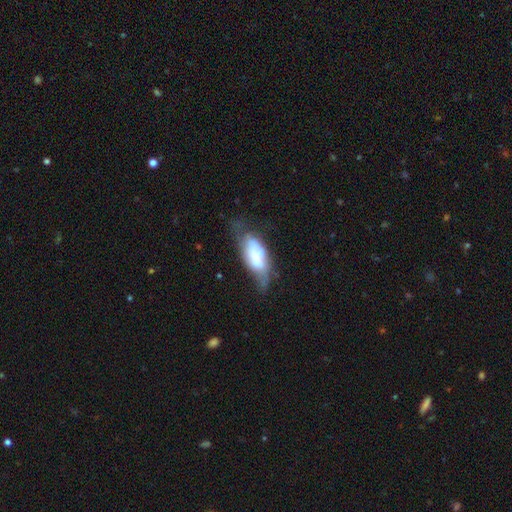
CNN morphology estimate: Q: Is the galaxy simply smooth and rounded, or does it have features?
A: featured or disk — 47%.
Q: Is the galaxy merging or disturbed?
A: none — 35%.